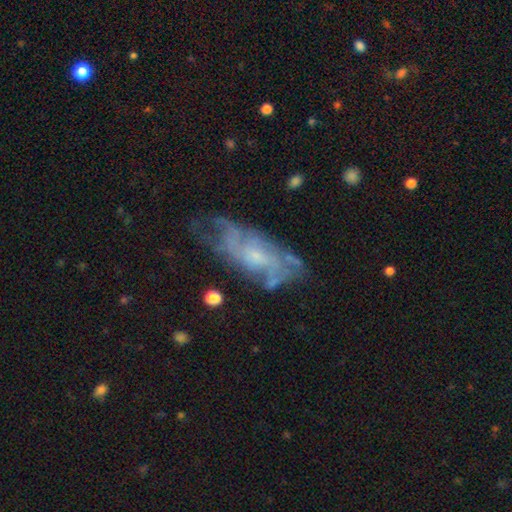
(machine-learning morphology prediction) Smooth or featured? Predicted: featured or disk (p=0.71). Edge-on disk? Predicted: no (p=0.88). Bar? Predicted: no (p=0.70). Spiral arms? Predicted: yes (p=0.76). Bulge size? Predicted: small (p=0.51). Merging? Predicted: none (p=0.57).